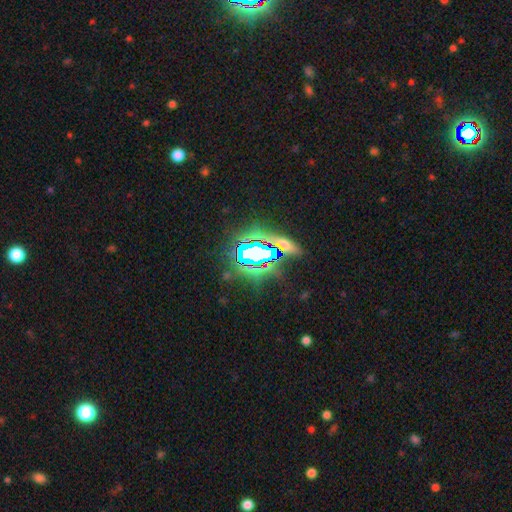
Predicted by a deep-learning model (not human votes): A star or artifact, not a galaxy (75%).